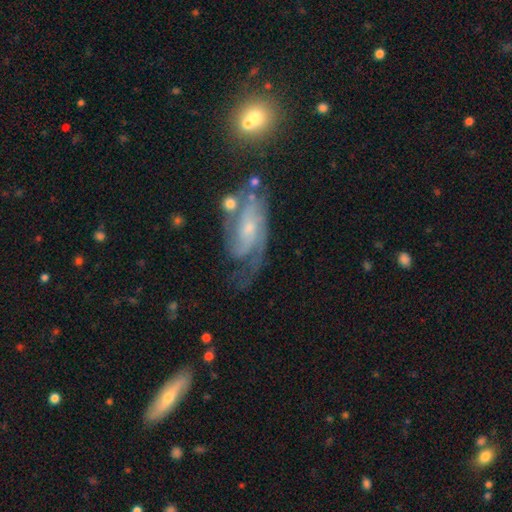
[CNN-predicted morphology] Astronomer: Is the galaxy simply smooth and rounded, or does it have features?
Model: featured or disk — 80%.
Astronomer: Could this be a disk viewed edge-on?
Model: no — 94%.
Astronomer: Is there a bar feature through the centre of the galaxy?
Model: no — 52% (runner-up: weak, 37%).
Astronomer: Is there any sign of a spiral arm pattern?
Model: yes — 94%.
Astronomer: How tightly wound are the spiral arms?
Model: tight — 48% (runner-up: medium, 38%).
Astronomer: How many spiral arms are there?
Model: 2 — 39% (runner-up: can't tell, 26%).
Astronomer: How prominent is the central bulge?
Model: small — 65%.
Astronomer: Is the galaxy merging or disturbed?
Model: none — 55%.